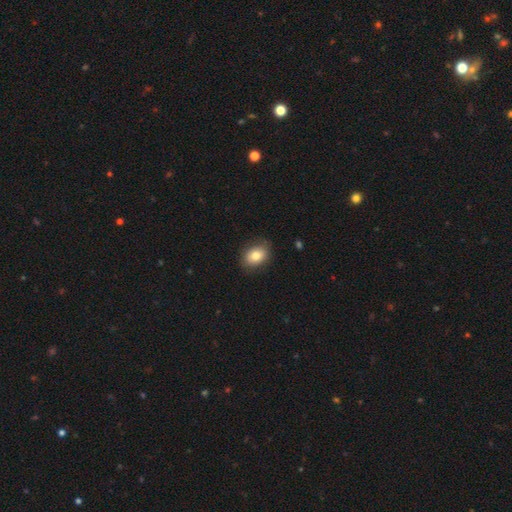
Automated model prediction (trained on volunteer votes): Morphology: type=smooth (79%); roundness=in between (71%); merging=none (82%).